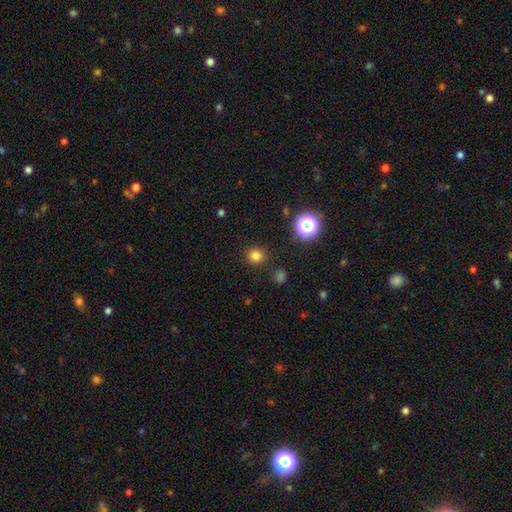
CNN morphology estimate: This appears to be a smooth galaxy with no disk features (80%) that is round (89%). Merging: none (88%).